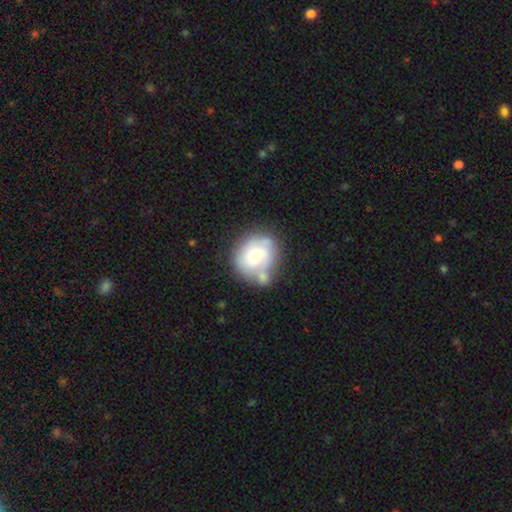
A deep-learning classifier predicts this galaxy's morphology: smooth-or-featured: smooth: 60% | featured or disk: 33% | star or artifact: 8%
  how-rounded: round: 76% | in between: 23% | cigar-shaped: 1%
  merging: none: 46% | merger: 25% | minor disturbance: 21% | major disturbance: 8%